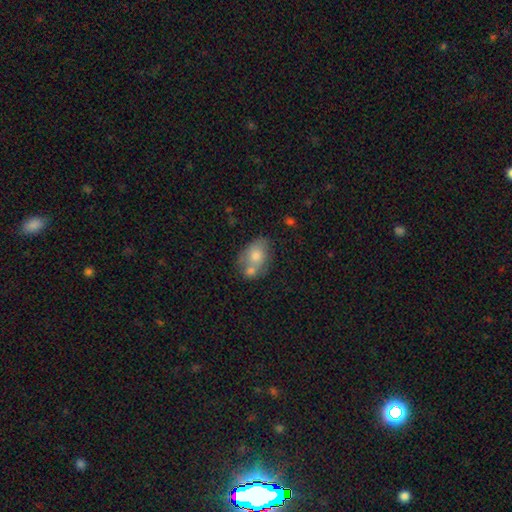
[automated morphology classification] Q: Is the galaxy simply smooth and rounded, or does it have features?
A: smooth — 69%.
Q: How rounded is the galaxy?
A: in between — 78%.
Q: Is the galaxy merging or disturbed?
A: merger — 41%.